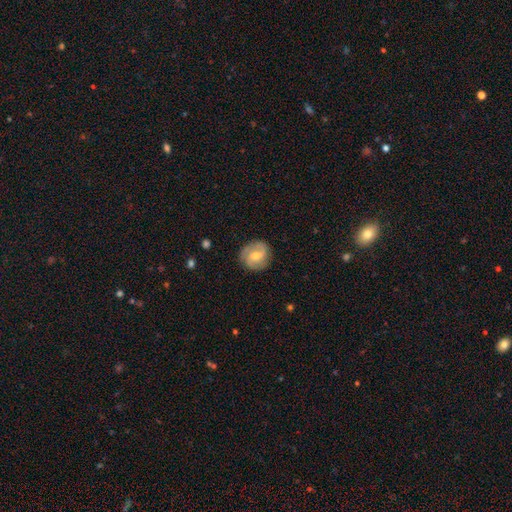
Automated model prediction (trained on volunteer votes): Overall: featured or disk (66%; smooth 27%). Edge-on disk: no (97%). Bar: weak (46%; no 42%). Spiral arms: yes (90%). Spiral arm count: 2 (72%). Spiral winding: tight (42%; medium 41%). Bulge size: moderate (60%; small 35%). Merging: none (83%).